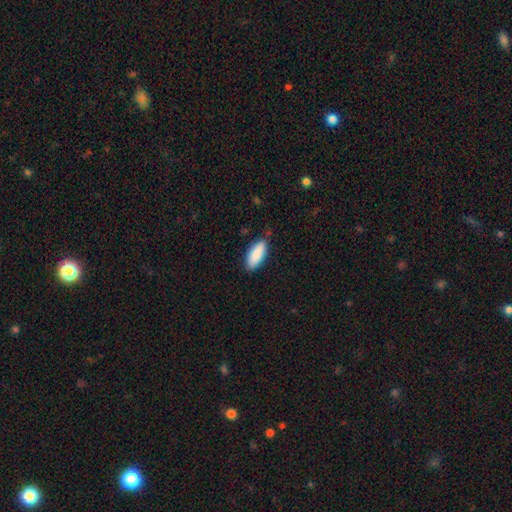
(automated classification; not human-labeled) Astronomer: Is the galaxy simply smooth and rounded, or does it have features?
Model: smooth — 89%.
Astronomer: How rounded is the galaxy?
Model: in between — 82%.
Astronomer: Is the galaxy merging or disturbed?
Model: none — 79%.